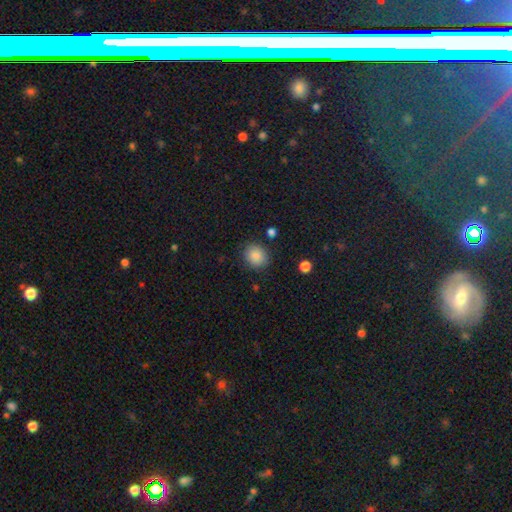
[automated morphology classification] smooth-or-featured: smooth: 86% | star or artifact: 9% | featured or disk: 5%
  how-rounded: round: 76% | in between: 23% | cigar-shaped: 1%
  merging: none: 86% | minor disturbance: 10% | major disturbance: 3% | merger: 2%